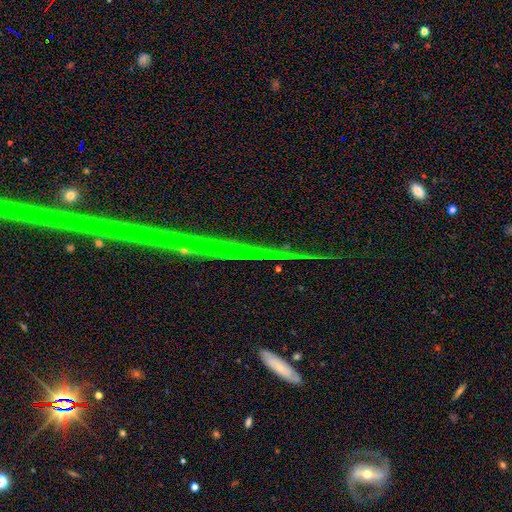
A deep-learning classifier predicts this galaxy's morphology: Q: Smooth or featured?
A: star or artifact (77%); runner-up: featured or disk (15%)